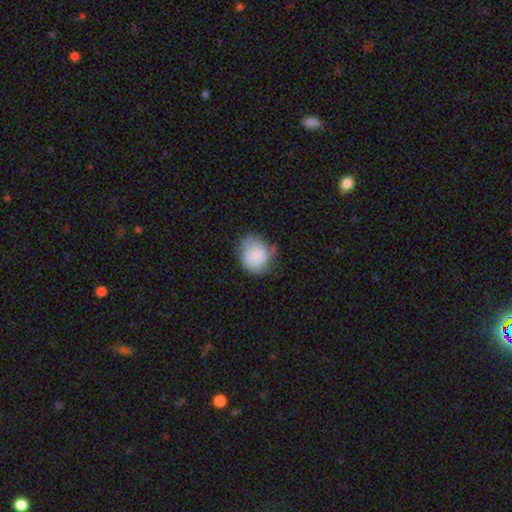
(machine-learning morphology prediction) smooth_or_featured: smooth (p=0.81) [alt: featured or disk p=0.12]
how_rounded: round (p=0.66) [alt: in between p=0.33]
merging: none (p=0.49) [alt: minor disturbance p=0.35]